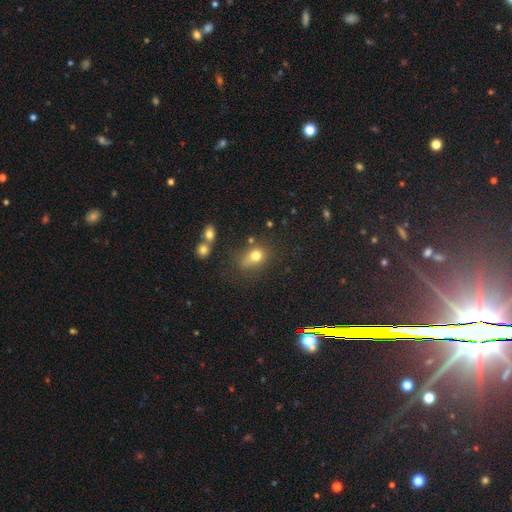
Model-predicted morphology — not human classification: smooth 75%, star or artifact 15%, featured or disk 10%. Down the decision tree: how rounded — round (51%); merging — none (51%).